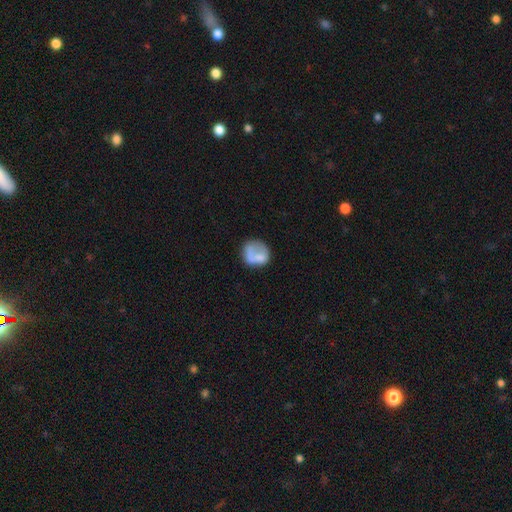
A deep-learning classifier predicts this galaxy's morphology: smooth_or_featured: smooth (p=0.67) [alt: featured or disk p=0.24]
how_rounded: round (p=0.73) [alt: in between p=0.26]
merging: none (p=0.46) [alt: minor disturbance p=0.25]